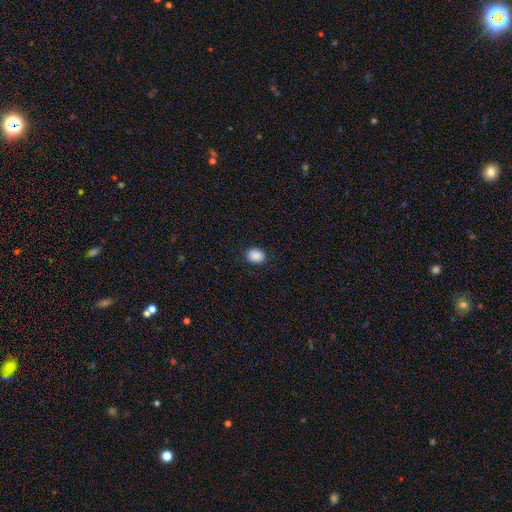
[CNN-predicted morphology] Smooth or featured: smooth — 89% (star or artifact — 8%)
How rounded: in between — 50% (round — 49%)
Merging: none — 89% (minor disturbance — 8%)